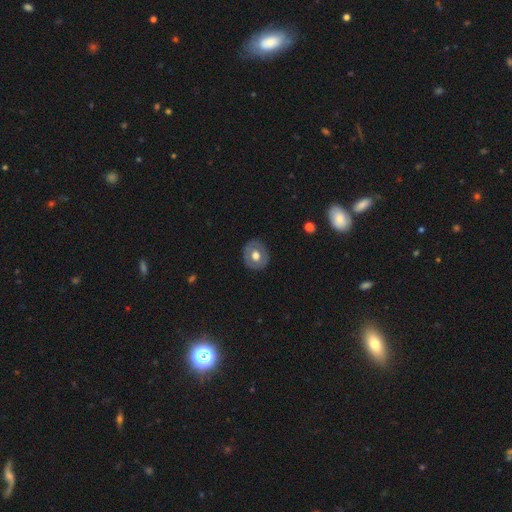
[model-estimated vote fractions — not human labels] smooth_or_featured: smooth (p=0.54) [alt: featured or disk p=0.40]
how_rounded: round (p=0.69) [alt: in between p=0.30]
merging: none (p=0.84) [alt: minor disturbance p=0.11]